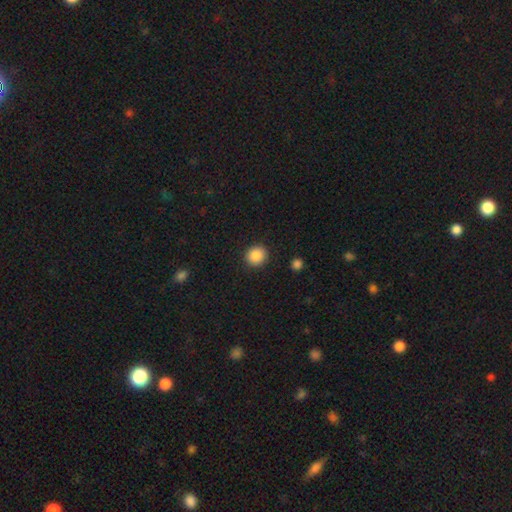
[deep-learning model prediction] Overall: smooth (87%). How rounded: round (88%). Merging: none (91%).